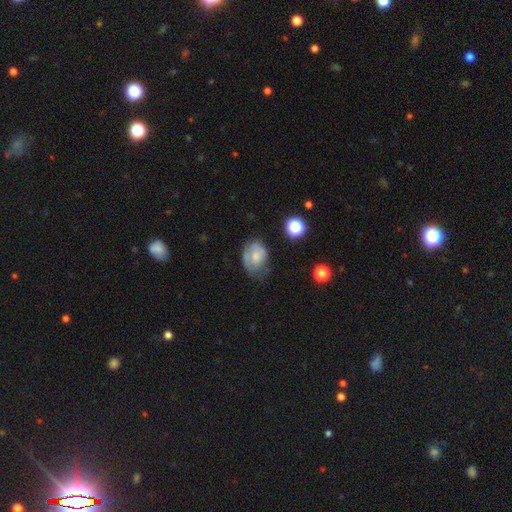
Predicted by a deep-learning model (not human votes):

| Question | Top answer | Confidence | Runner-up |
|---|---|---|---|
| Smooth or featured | smooth | 54% | featured or disk (36%) |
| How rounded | in between | 68% | round (31%) |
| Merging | none | 45% | minor disturbance (34%) |